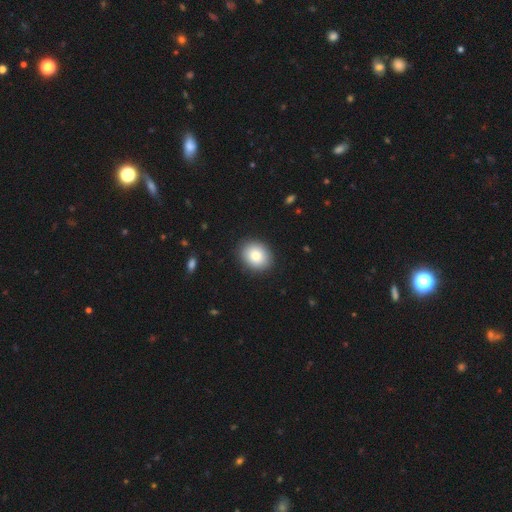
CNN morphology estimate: Smooth or featured?
  - smooth: 82% *
  - featured or disk: 10%
  - star or artifact: 8%
How rounded?
  - round: 58% *
  - in between: 41%
  - cigar-shaped: 1%
Merging?
  - none: 90% *
  - minor disturbance: 7%
  - major disturbance: 2%
  - merger: 1%